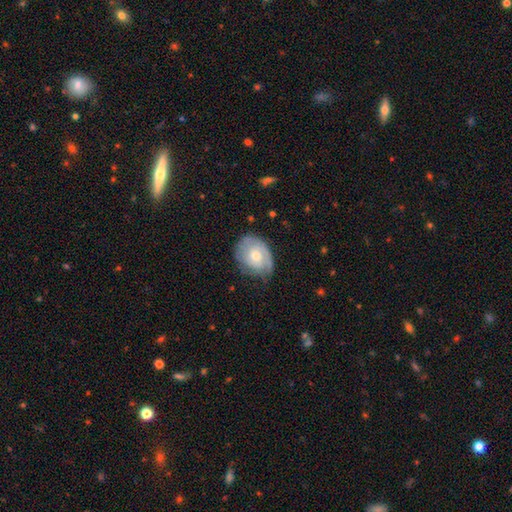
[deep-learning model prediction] This appears to be a featured or disk galaxy (57%) with no bar (79%), spiral arms (75%) and a moderate central bulge (62%). Merging: none (62%).